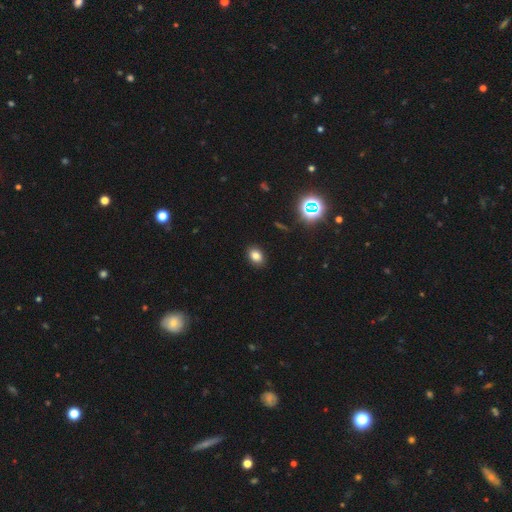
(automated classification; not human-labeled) Q: Smooth or featured?
A: smooth (80%); runner-up: star or artifact (14%)
Q: How rounded?
A: in between (71%); runner-up: round (27%)
Q: Merging?
A: none (89%); runner-up: minor disturbance (8%)